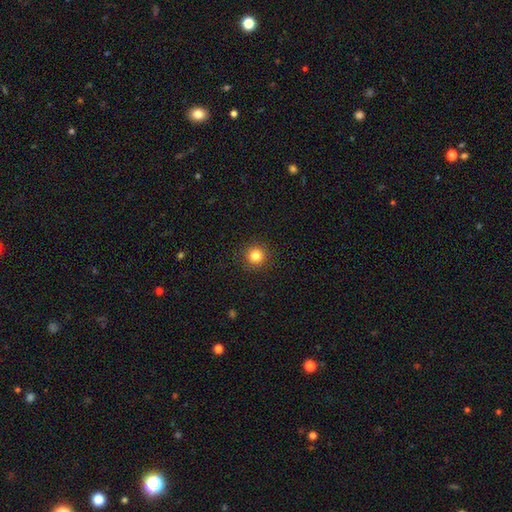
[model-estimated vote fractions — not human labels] smooth-or-featured: smooth: 82% | star or artifact: 12% | featured or disk: 6%
  how-rounded: round: 95% | in between: 4% | cigar-shaped: 1%
  merging: none: 92% | minor disturbance: 5% | major disturbance: 2% | merger: 1%